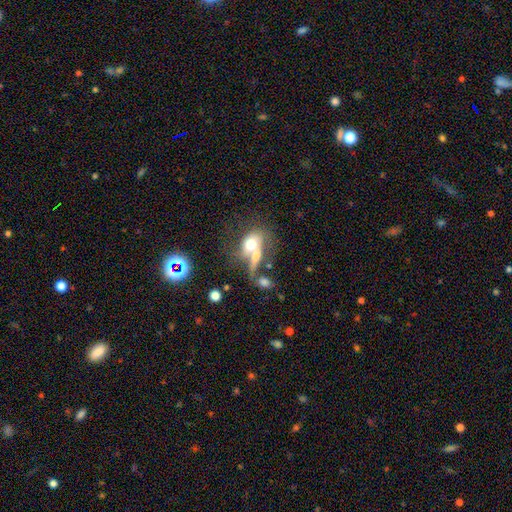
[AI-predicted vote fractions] Morphology: type=smooth (60%); roundness=in between (65%); merging=merger (56%).